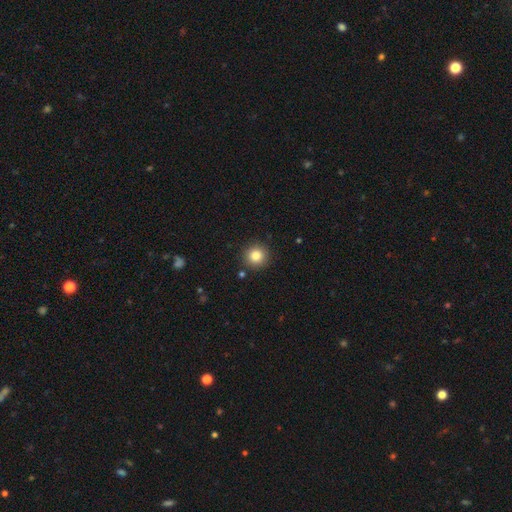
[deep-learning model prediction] Morphology: type=smooth (83%); roundness=round (95%); merging=none (90%).